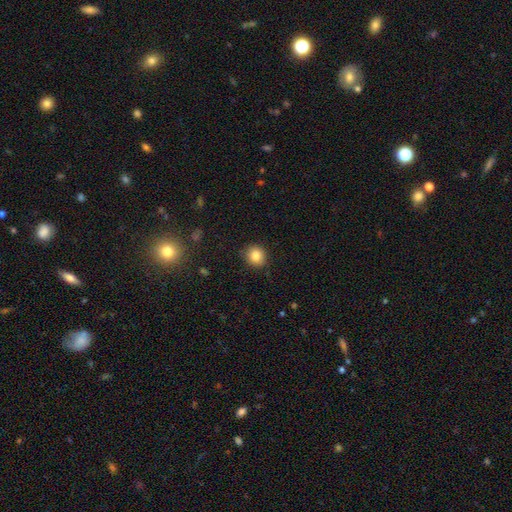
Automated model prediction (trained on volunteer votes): Overall: smooth (84%). How rounded: round (80%). Merging: none (88%).